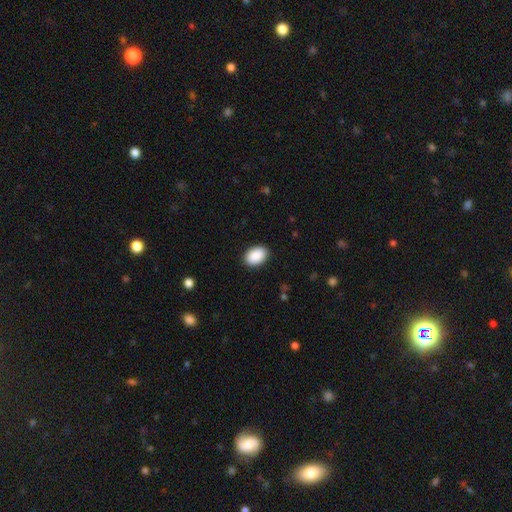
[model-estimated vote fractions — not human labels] Smooth or featured: smooth — 91% (star or artifact — 6%)
How rounded: in between — 86% (round — 13%)
Merging: none — 89% (minor disturbance — 8%)